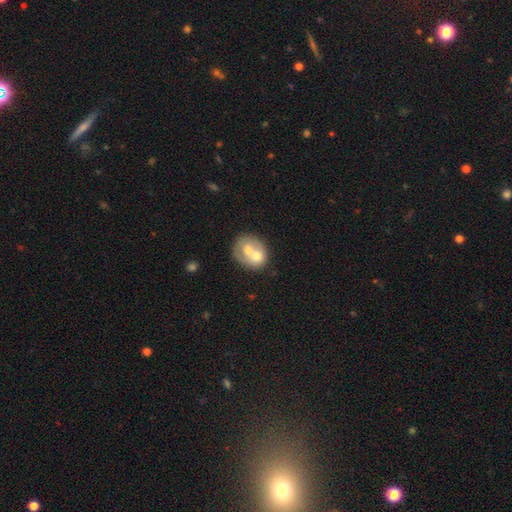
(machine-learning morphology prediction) Smooth or featured? Predicted: smooth (p=0.56). How rounded? Predicted: round (p=0.63). Merging? Predicted: merger (p=0.67).